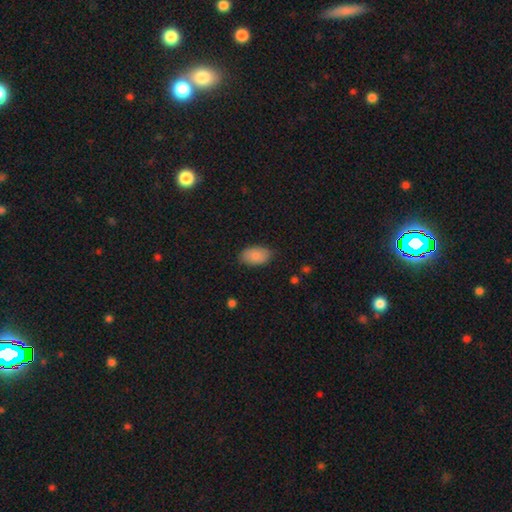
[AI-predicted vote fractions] smooth_or_featured: smooth (p=0.84) [alt: featured or disk p=0.09]
how_rounded: in between (p=0.93) [alt: round p=0.06]
merging: none (p=0.81) [alt: minor disturbance p=0.15]